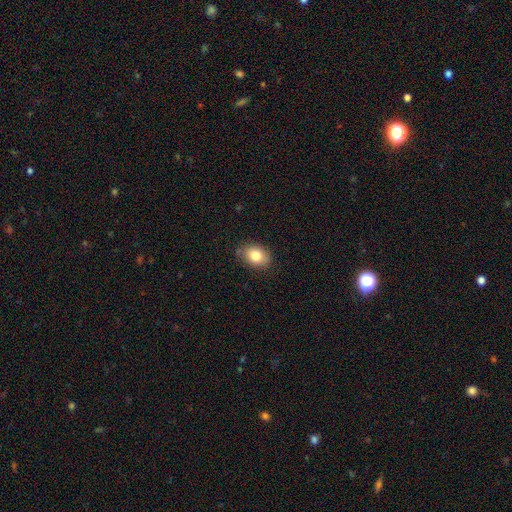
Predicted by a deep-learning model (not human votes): Morphology: type=smooth (81%); roundness=in between (72%); merging=none (81%).